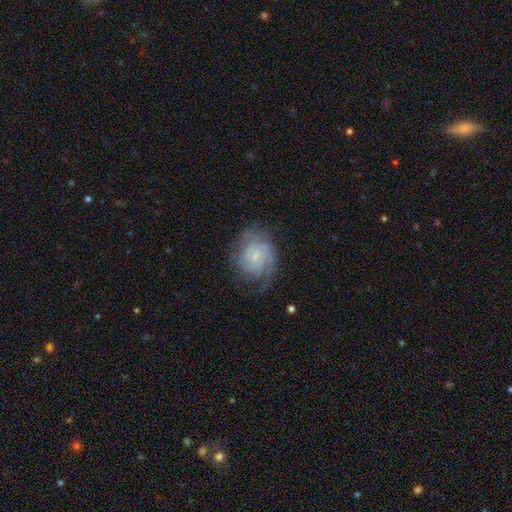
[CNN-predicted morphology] smooth-or-featured: featured or disk: 68% | smooth: 24% | star or artifact: 8%
  disk-edge-on: no: 98% | yes: 2%
    bar: no: 69% | weak: 27% | strong: 4%
    has-spiral-arms: yes: 88% | no: 12%
      spiral-winding: tight: 48% | medium: 36% | loose: 17%
      spiral-arm-count: can't tell: 39% | 2: 27% | 3: 13% | 1: 10% | 4: 6% | more than 4: 5%
    bulge-size: small: 73% | moderate: 14% | none: 9% | large: 2% | dominant: 1%
  merging: none: 57% | minor disturbance: 23% | major disturbance: 19% | merger: 2%